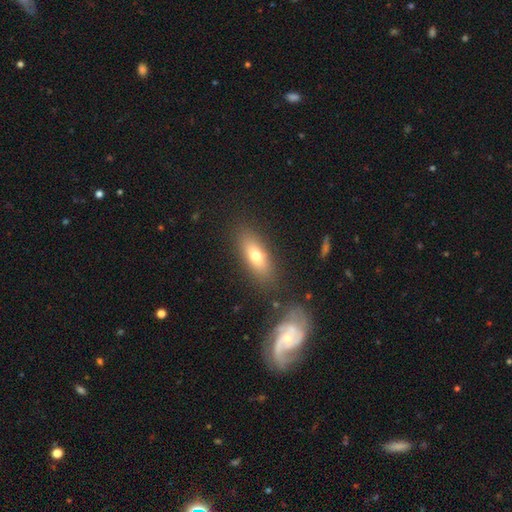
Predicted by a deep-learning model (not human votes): Smooth or featured? smooth (69%)
How rounded? in between (68%)
Merging? none (80%)